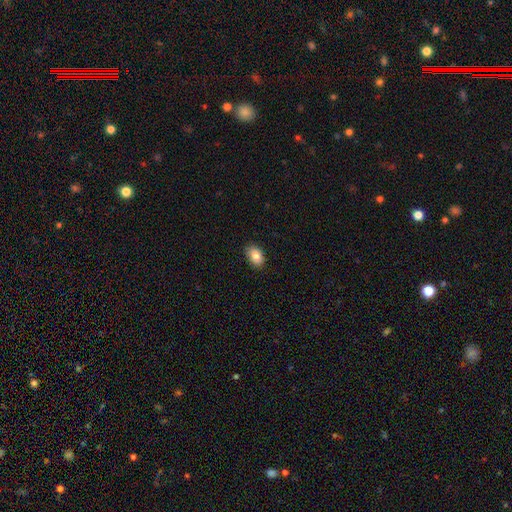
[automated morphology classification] smooth-or-featured: smooth: 84% | star or artifact: 8% | featured or disk: 8%
  how-rounded: in between: 80% | round: 19% | cigar-shaped: 1%
  merging: none: 87% | minor disturbance: 11% | major disturbance: 2% | merger: 1%